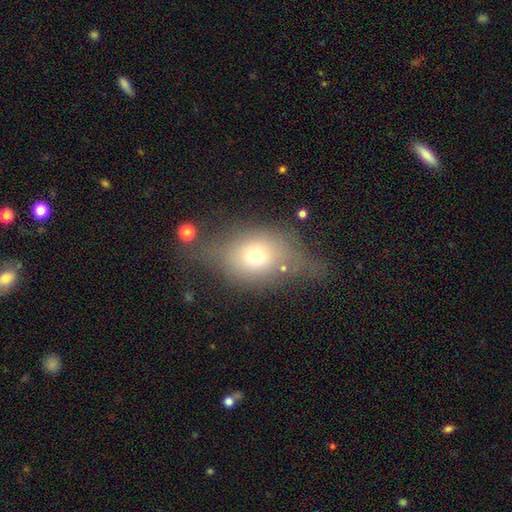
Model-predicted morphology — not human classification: This appears to be a smooth galaxy with no disk features (61%) that is in between round and cigar-shaped (51%). Merging: none (45%).